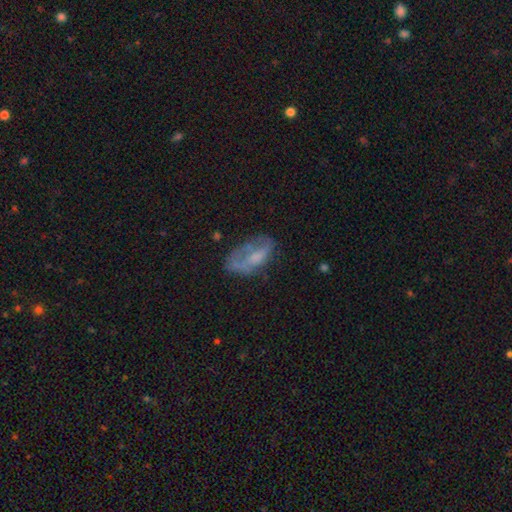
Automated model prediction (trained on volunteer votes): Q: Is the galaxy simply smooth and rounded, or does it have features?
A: smooth — 47%.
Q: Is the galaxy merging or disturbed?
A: none — 39%.